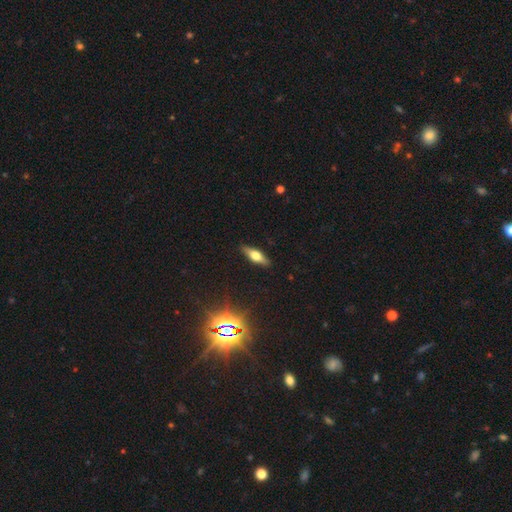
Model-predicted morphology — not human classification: Overall: smooth (48%; featured or disk 42%). Merging: none (89%).